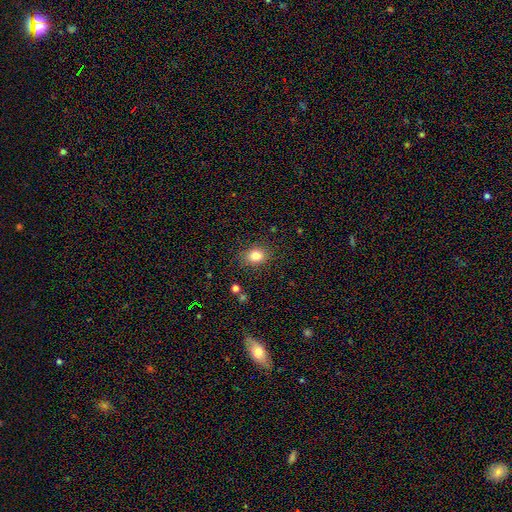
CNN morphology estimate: Q: Smooth or featured?
A: smooth (82%); runner-up: star or artifact (11%)
Q: How rounded?
A: round (54%); runner-up: in between (45%)
Q: Merging?
A: none (85%); runner-up: minor disturbance (10%)